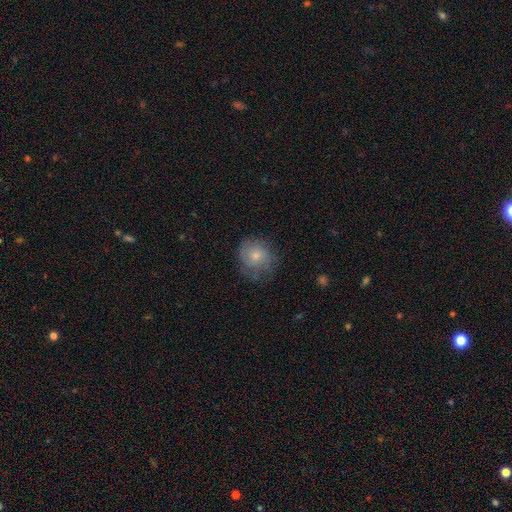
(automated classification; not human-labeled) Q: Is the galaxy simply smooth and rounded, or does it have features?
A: smooth — 70%.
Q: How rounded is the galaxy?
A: round — 81%.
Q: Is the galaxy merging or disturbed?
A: none — 66%.